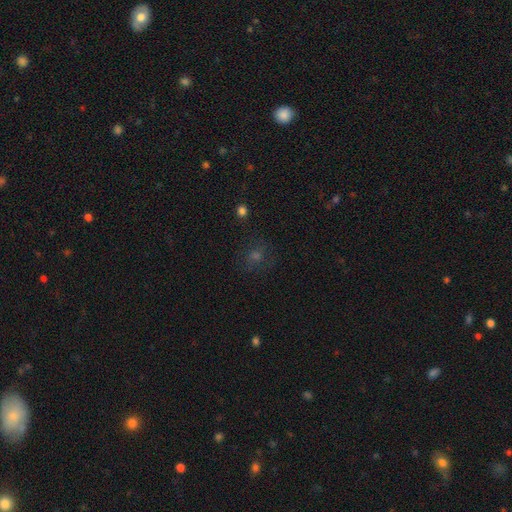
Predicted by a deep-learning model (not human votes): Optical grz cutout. It shows a smooth galaxy with no disk features (42%). Merging: none (79%).